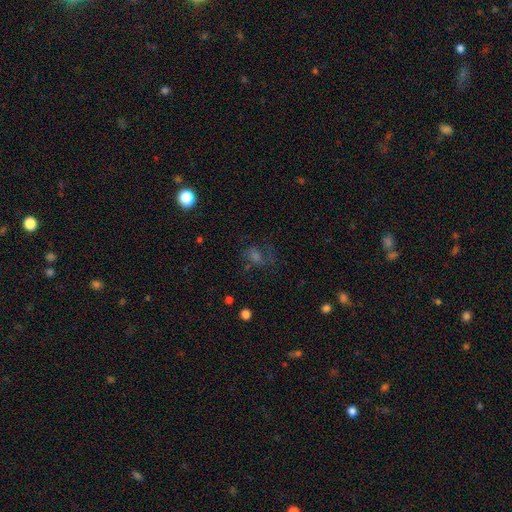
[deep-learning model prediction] smooth-or-featured: featured or disk: 35% | smooth: 33% | star or artifact: 31%
  merging: none: 58% | major disturbance: 22% | minor disturbance: 18% | merger: 3%